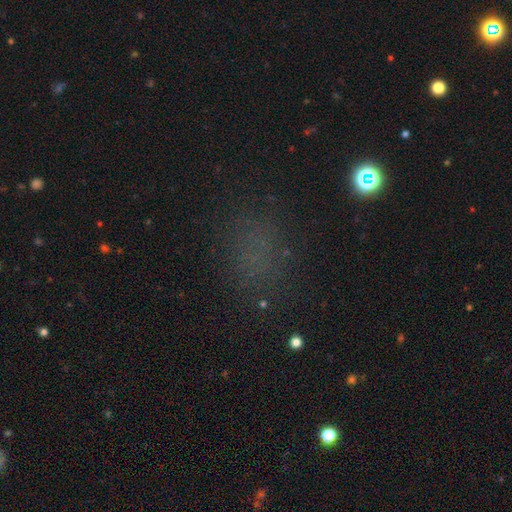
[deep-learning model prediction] This is possibly a smooth galaxy (55%). How rounded: possibly in between (52%). Merging: likely none (76%).